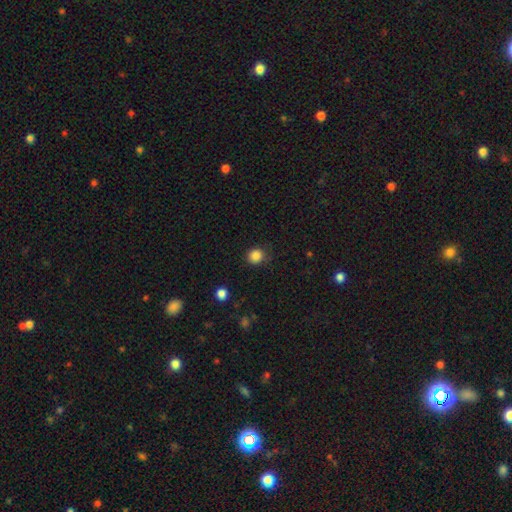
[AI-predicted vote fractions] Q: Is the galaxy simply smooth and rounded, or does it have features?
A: smooth — 86%.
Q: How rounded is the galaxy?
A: round — 89%.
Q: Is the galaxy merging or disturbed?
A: none — 85%.